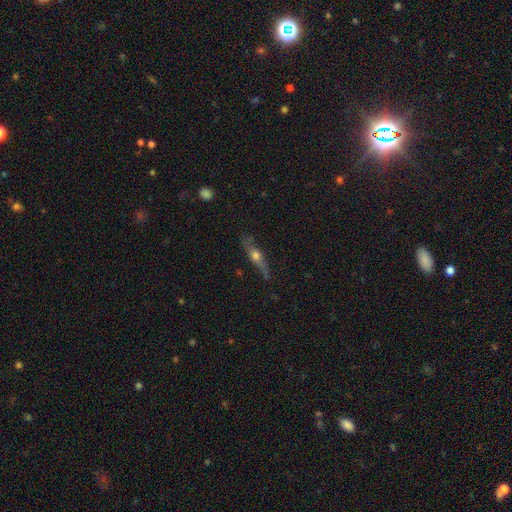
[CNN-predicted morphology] type=featured or disk (62%); edge-on=yes (90%); edge-on bulge=rounded (93%); merging=none (77%).